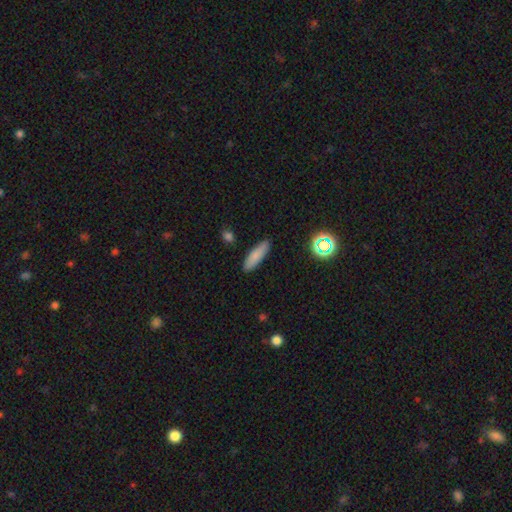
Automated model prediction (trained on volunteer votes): Q: Smooth or featured?
A: smooth (82%); runner-up: featured or disk (9%)
Q: How rounded?
A: cigar-shaped (62%); runner-up: in between (36%)
Q: Merging?
A: none (88%); runner-up: minor disturbance (9%)